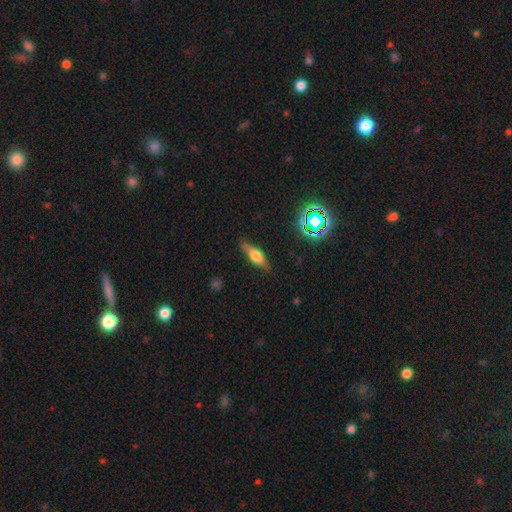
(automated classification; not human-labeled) This appears to be a featured or disk galaxy (49%). Merging: none (82%).